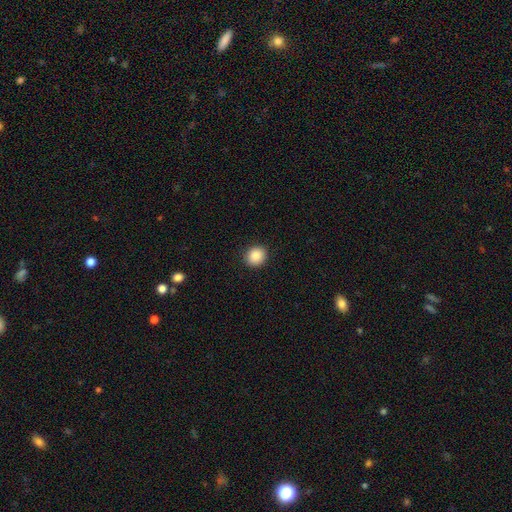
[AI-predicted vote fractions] This appears to be a smooth galaxy with no disk features (88%) that is round (80%). Merging: none (91%).